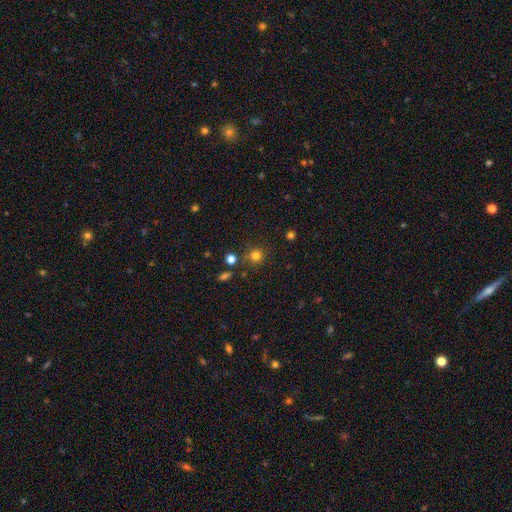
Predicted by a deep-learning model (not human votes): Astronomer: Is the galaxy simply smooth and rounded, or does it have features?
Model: smooth — 78%.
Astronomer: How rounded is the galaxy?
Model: round — 92%.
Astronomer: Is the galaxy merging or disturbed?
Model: none — 81%.